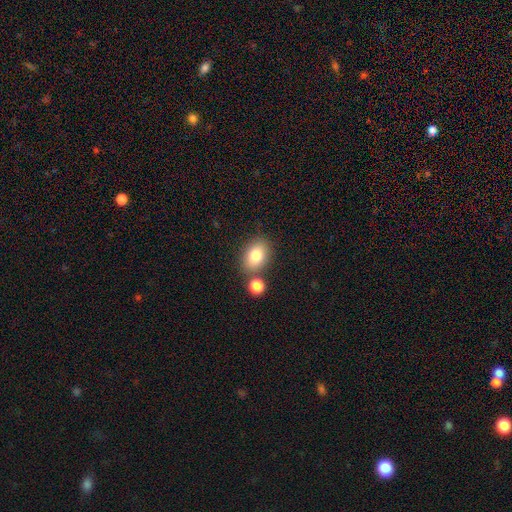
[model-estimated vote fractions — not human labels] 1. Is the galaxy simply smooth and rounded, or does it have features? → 81% smooth, 10% featured or disk, 9% star or artifact.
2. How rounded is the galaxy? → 75% in between, 24% round, 1% cigar-shaped.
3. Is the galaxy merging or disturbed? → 72% none, 13% merger, 11% minor disturbance, 3% major disturbance.